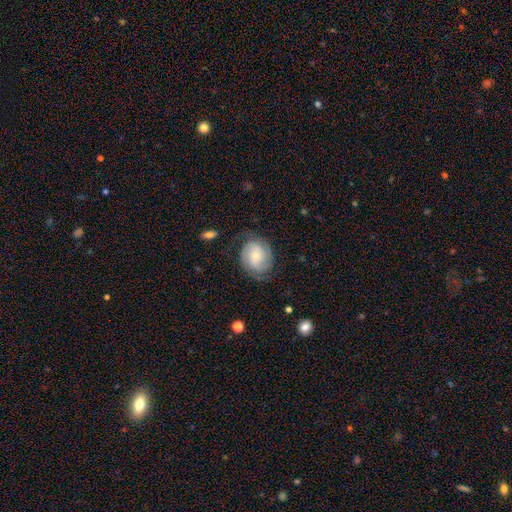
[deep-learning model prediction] smooth_or_featured: featured or disk (p=0.59) [alt: smooth p=0.34]
disk_edge_on: no (p=0.97) [alt: yes p=0.03]
bar: no (p=0.63) [alt: weak p=0.31]
has_spiral_arms: yes (p=0.90) [alt: no p=0.10]
spiral_winding: tight (p=0.51) [alt: medium p=0.36]
spiral_arm_count: 2 (p=0.57) [alt: can't tell p=0.23]
bulge_size: small (p=0.56) [alt: moderate p=0.37]
merging: none (p=0.69) [alt: minor disturbance p=0.20]